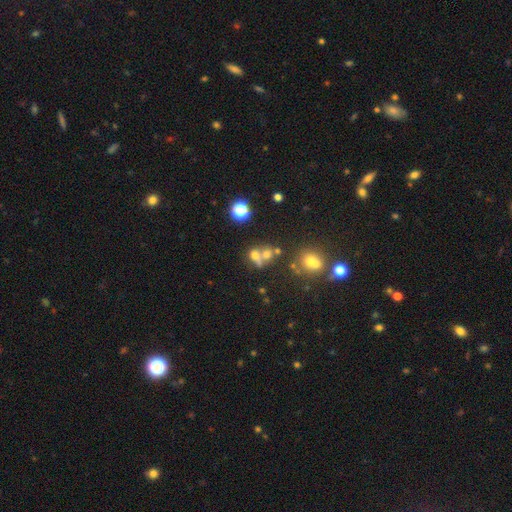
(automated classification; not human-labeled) This is possibly a smooth galaxy (60%). How rounded: likely round (62%). Merging: possibly merger (55%).